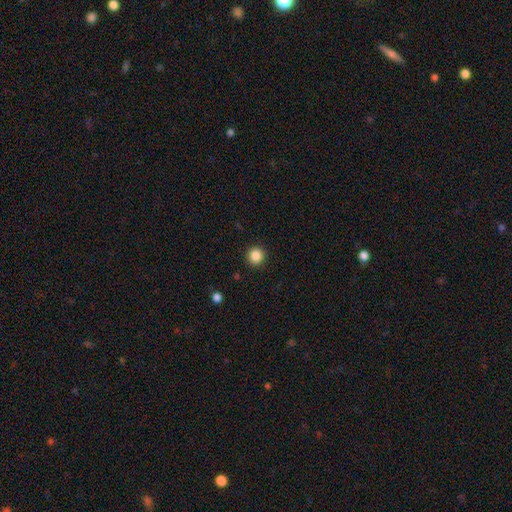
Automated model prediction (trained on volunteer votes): smooth_or_featured: smooth (p=0.86) [alt: star or artifact p=0.10]
how_rounded: round (p=0.94) [alt: in between p=0.05]
merging: none (p=0.92) [alt: minor disturbance p=0.05]